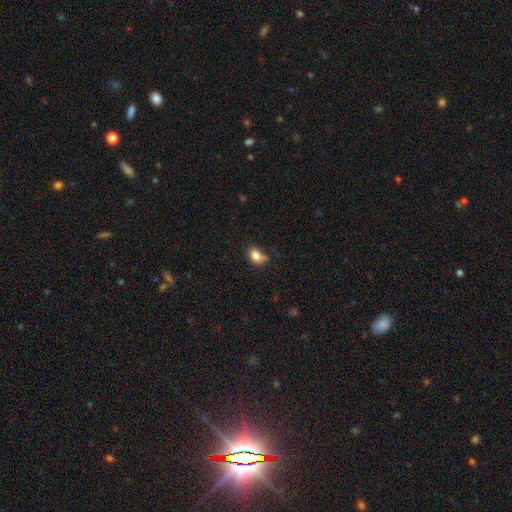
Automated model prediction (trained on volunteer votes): Smooth or featured: smooth — 82% (star or artifact — 10%)
How rounded: in between — 72% (round — 26%)
Merging: none — 50% (minor disturbance — 35%)